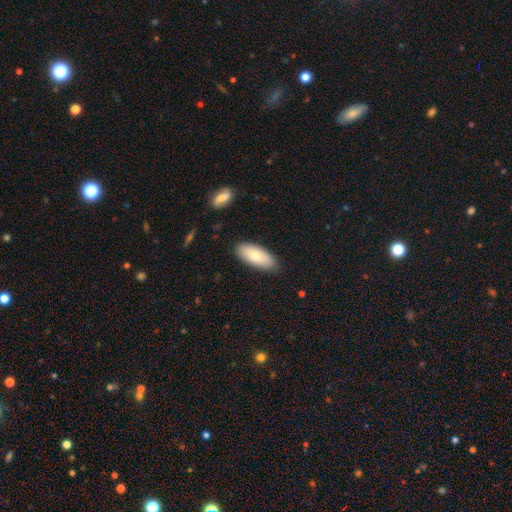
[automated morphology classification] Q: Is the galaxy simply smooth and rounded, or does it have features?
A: smooth — 81%.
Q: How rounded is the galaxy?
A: in between — 87%.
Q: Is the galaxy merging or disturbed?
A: none — 83%.